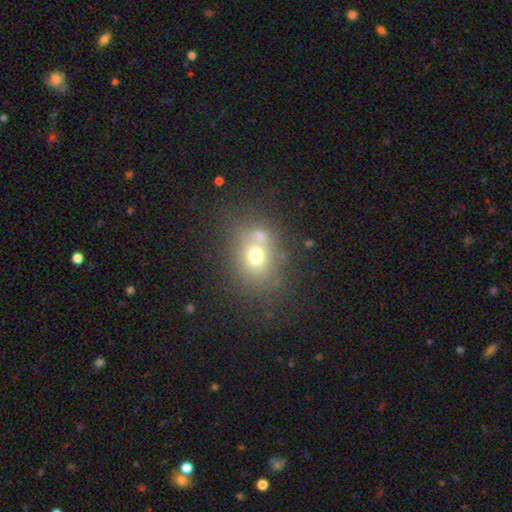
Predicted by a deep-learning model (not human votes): A smooth galaxy with no disk features (66%) that is round (55%).

Vote fractions:
- Smooth or featured? smooth: 66% / featured or disk: 18% / star or artifact: 16%
- How rounded? round: 55% / in between: 44% / cigar-shaped: 1%
- Merging? none: 55% / merger: 28% / minor disturbance: 12% / major disturbance: 5%